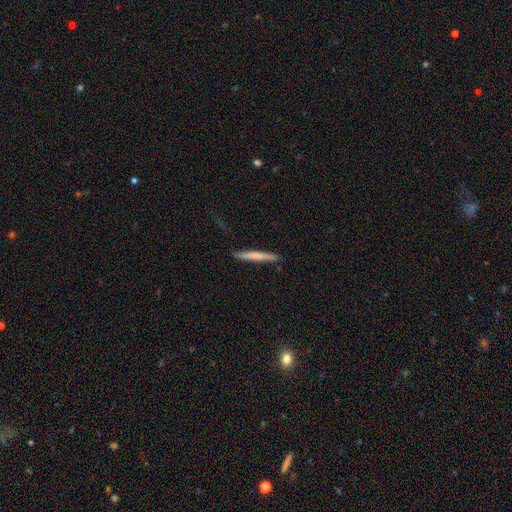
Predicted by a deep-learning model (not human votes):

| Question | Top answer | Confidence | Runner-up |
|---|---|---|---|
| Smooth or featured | smooth | 69% | featured or disk (26%) |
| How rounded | cigar-shaped | 96% | in between (3%) |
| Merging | none | 88% | minor disturbance (9%) |